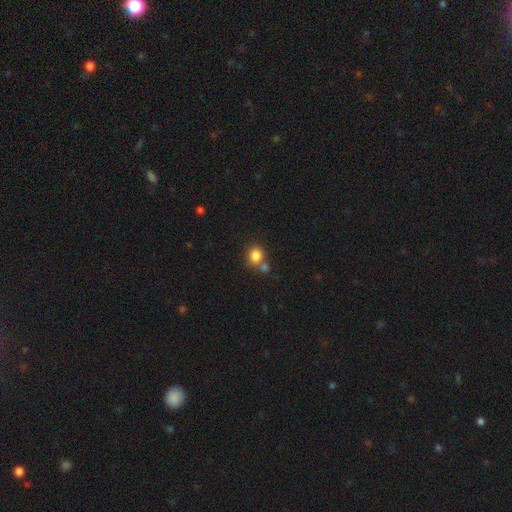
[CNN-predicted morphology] type=smooth (83%); roundness=round (74%); merging=none (57%).